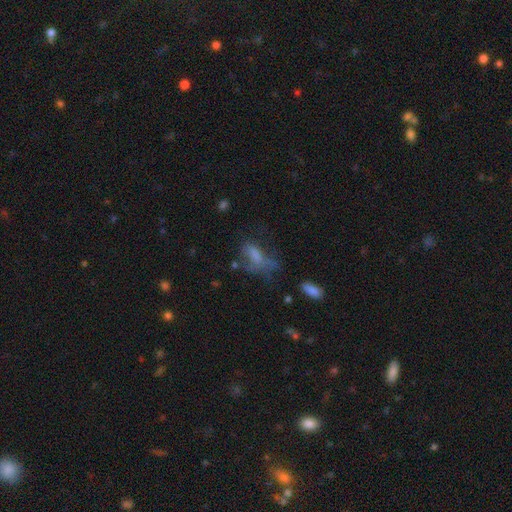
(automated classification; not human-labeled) Smooth or featured?
  - smooth: 48% *
  - featured or disk: 30%
  - star or artifact: 22%
Merging?
  - none: 36% *
  - major disturbance: 34%
  - minor disturbance: 23%
  - merger: 7%